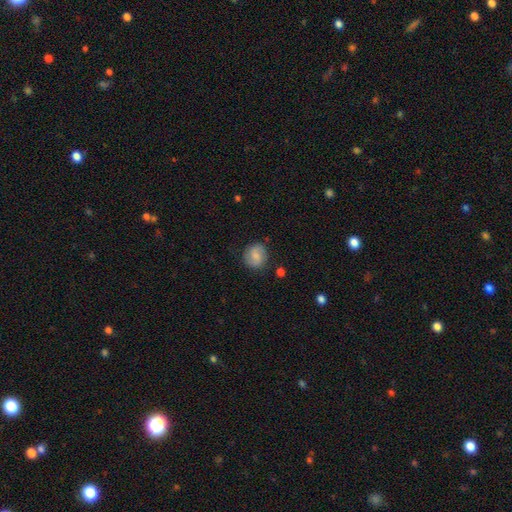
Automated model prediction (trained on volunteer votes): A smooth galaxy with no disk features (65%) that is round (79%).

Vote fractions:
- Smooth or featured? smooth: 65% / featured or disk: 26% / star or artifact: 8%
- How rounded? round: 79% / in between: 19% / cigar-shaped: 1%
- Merging? none: 81% / minor disturbance: 13% / major disturbance: 4% / merger: 2%